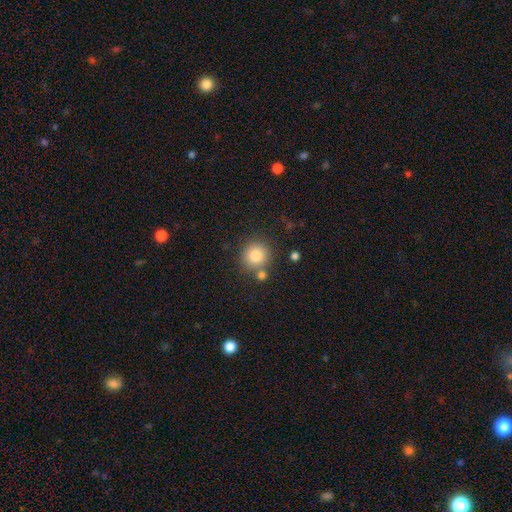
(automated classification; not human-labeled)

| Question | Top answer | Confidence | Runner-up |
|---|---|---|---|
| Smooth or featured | smooth | 82% | star or artifact (10%) |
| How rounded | round | 91% | in between (8%) |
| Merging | none | 74% | merger (13%) |